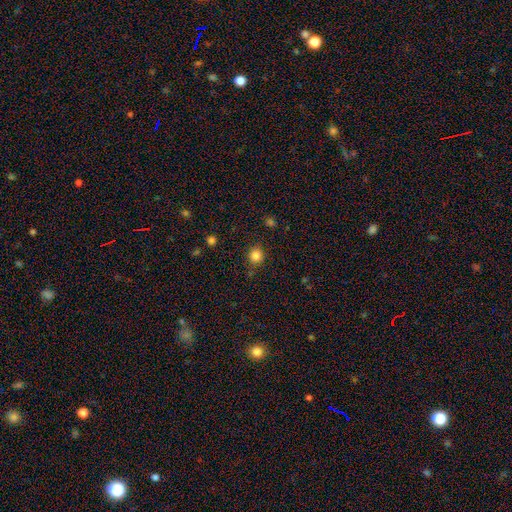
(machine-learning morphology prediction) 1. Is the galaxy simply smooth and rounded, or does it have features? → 84% smooth, 12% star or artifact, 4% featured or disk.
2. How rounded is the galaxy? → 86% round, 13% in between, 1% cigar-shaped.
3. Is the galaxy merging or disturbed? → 83% none, 12% minor disturbance, 3% major disturbance, 2% merger.